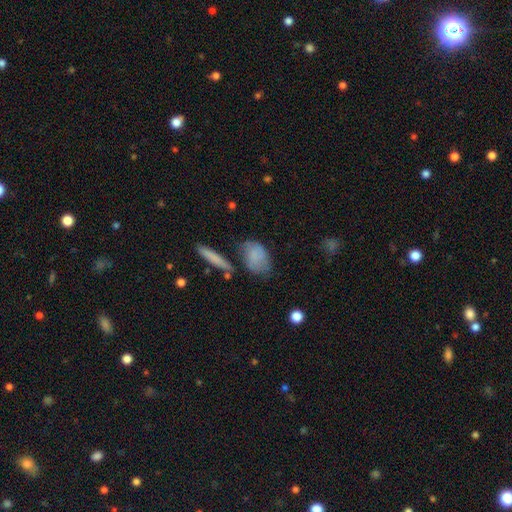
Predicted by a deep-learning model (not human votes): Overall: smooth (77%). How rounded: in between (84%). Merging: none (54%; minor disturbance 26%).